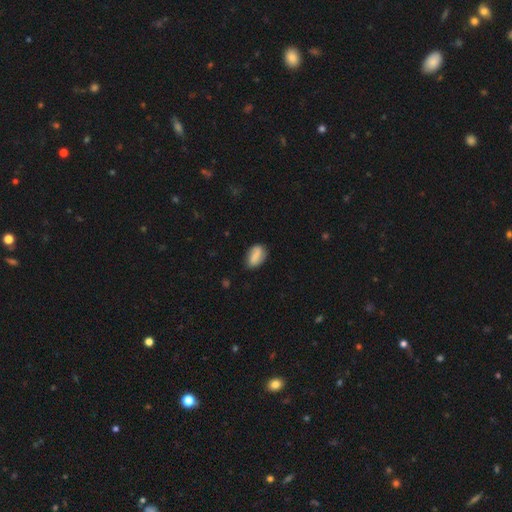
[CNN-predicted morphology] Smooth or featured? smooth (70%)
How rounded? in between (88%)
Merging? none (71%)